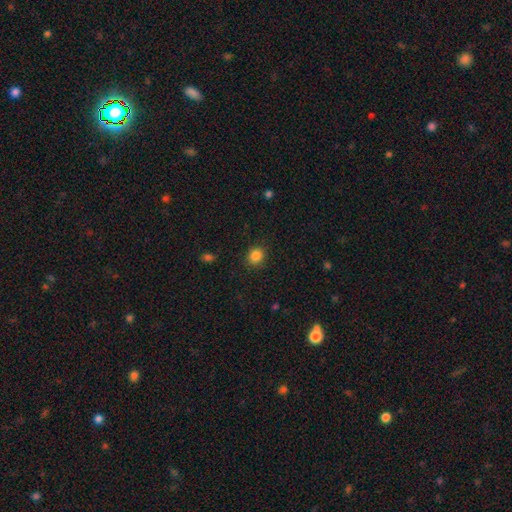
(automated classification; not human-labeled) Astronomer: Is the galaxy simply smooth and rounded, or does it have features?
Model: smooth — 86%.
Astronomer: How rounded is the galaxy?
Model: round — 69%.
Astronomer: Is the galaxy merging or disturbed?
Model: none — 88%.